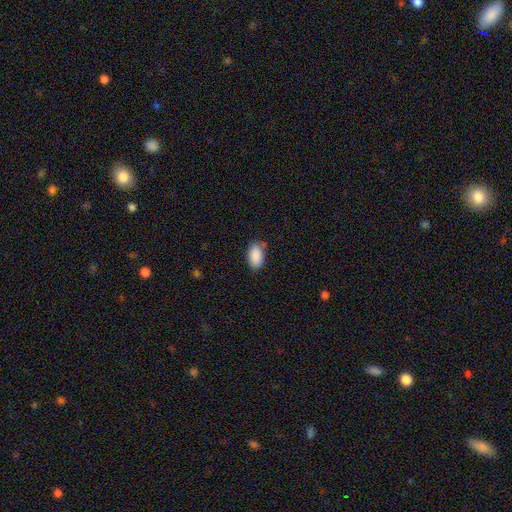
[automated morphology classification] This appears to be a smooth galaxy with no disk features (89%) that is in between round and cigar-shaped (94%). Merging: none (74%).